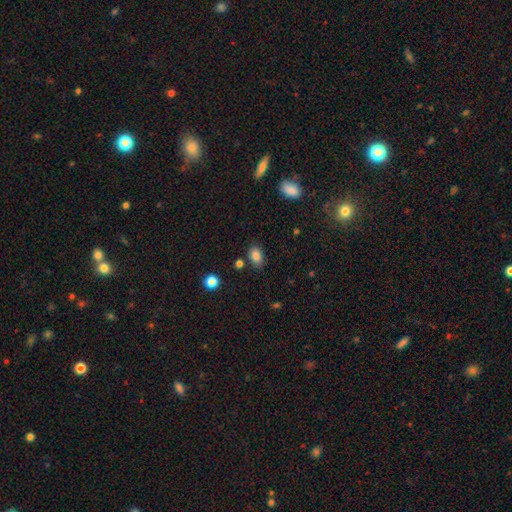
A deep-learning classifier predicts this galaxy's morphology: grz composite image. It shows a smooth galaxy with no disk features (84%) that is in between round and cigar-shaped (82%). Merging: none (80%).